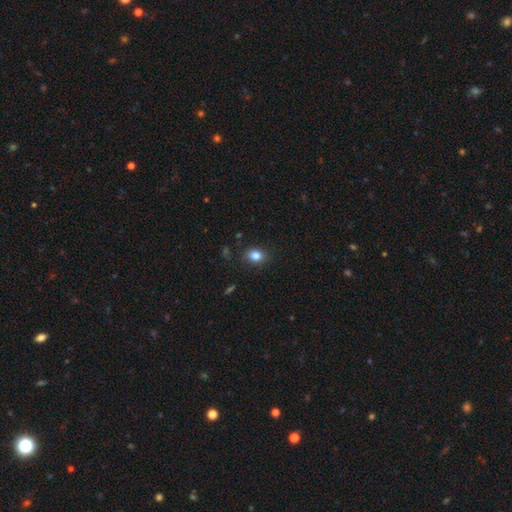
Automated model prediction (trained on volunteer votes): Smooth or featured? Predicted: smooth (p=0.84). How rounded? Predicted: in between (p=0.63). Merging? Predicted: none (p=0.84).